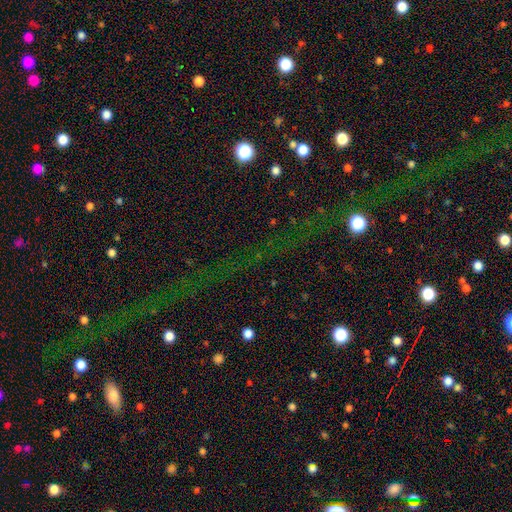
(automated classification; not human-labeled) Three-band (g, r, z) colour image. It shows a star or artifact, not a galaxy (75%).